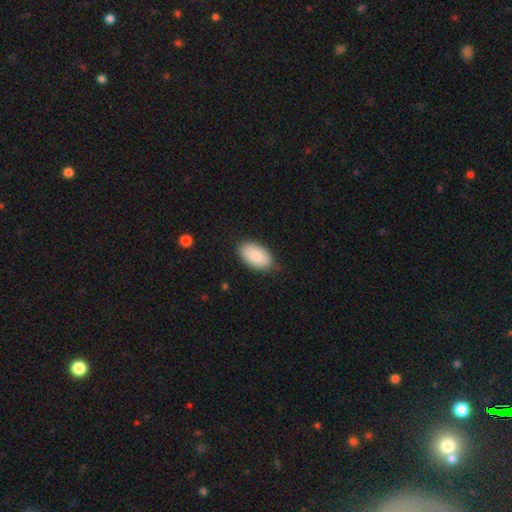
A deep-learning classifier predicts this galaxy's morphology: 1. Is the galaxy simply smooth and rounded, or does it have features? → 88% smooth, 6% featured or disk, 6% star or artifact.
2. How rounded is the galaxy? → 95% in between, 4% round, 1% cigar-shaped.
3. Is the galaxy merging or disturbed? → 82% none, 14% minor disturbance, 3% major disturbance, 1% merger.